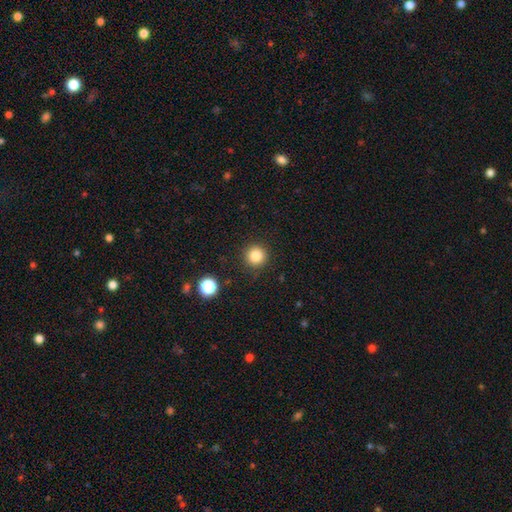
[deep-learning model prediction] A smooth galaxy with no disk features (83%) that is round (95%). Merging: none (90%).